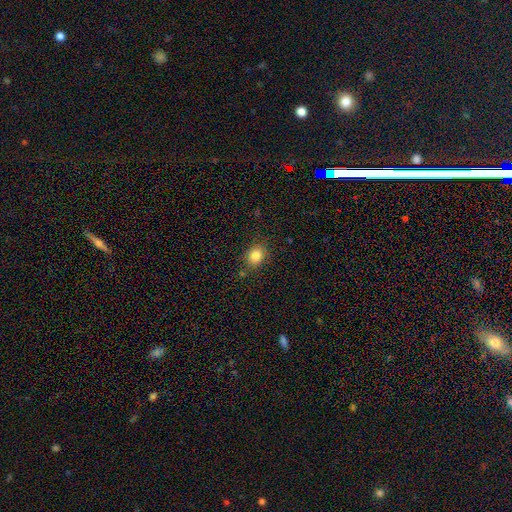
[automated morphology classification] This is clearly a smooth galaxy (83%). How rounded: likely round (63%). Merging: clearly none (81%).